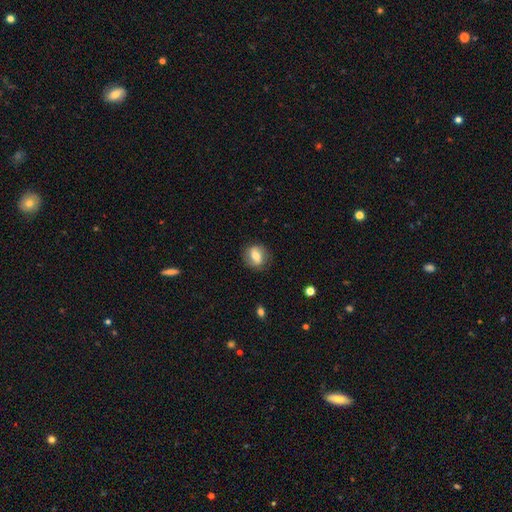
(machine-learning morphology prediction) Q: Smooth or featured?
A: smooth (53%); runner-up: featured or disk (39%)
Q: How rounded?
A: round (66%); runner-up: in between (32%)
Q: Merging?
A: none (82%); runner-up: minor disturbance (13%)